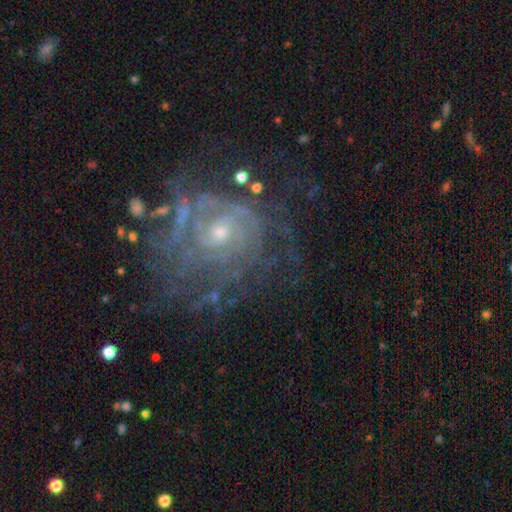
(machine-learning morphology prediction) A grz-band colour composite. It shows a featured or disk galaxy (73%) with no bar (74%), tight (64%) spiral arms (79%) and a small central bulge (68%). Merging: none (65%).